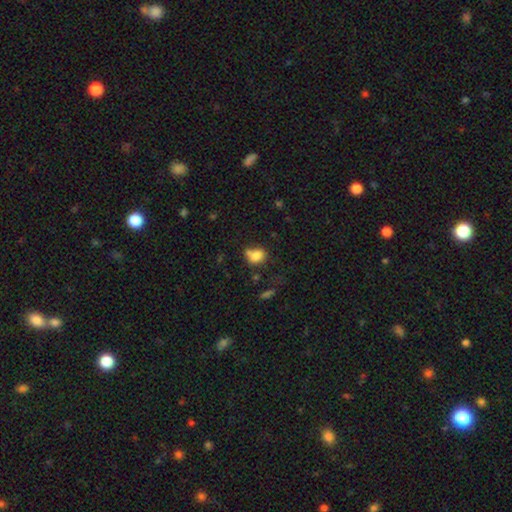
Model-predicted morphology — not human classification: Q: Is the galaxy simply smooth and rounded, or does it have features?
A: smooth — 79%.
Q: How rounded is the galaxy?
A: in between — 58%.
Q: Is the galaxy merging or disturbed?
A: none — 41%.